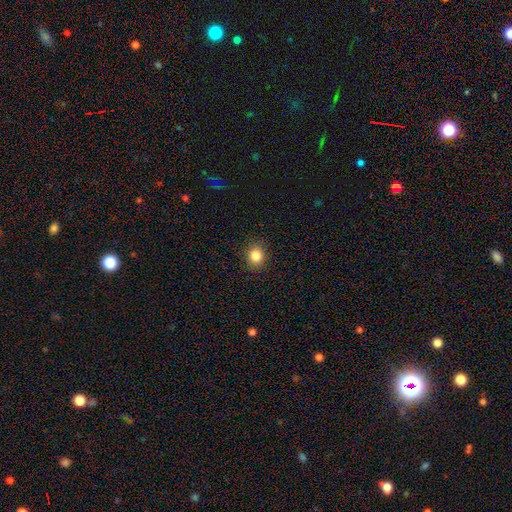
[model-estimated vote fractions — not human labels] Q: Smooth or featured?
A: smooth (85%); runner-up: star or artifact (11%)
Q: How rounded?
A: round (80%); runner-up: in between (19%)
Q: Merging?
A: none (89%); runner-up: minor disturbance (8%)